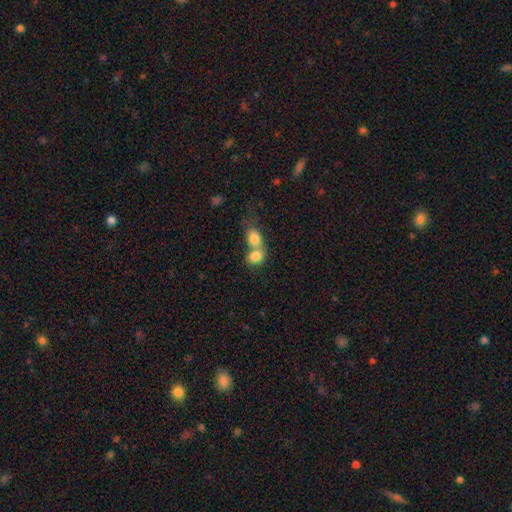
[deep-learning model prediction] This is likely a smooth galaxy (79%). How rounded: possibly round (55%). Merging: likely merger (71%).